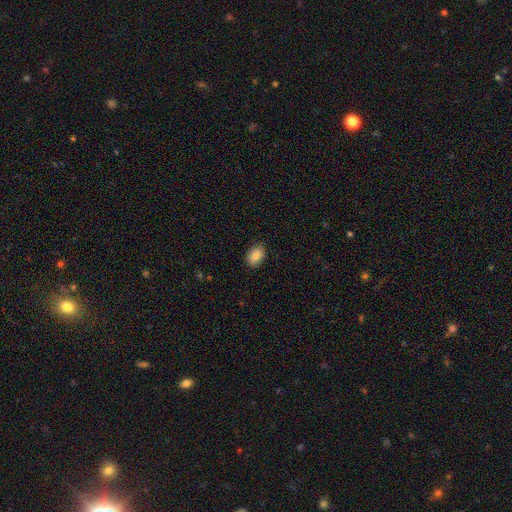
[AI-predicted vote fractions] This appears to be a smooth galaxy with no disk features (82%) that is in between round and cigar-shaped (85%). Merging: none (87%).